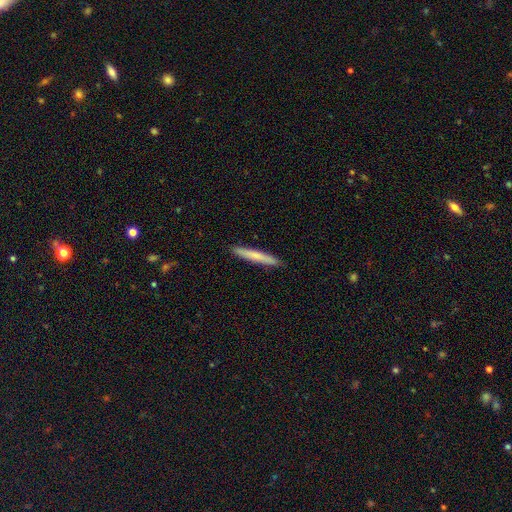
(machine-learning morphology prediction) smooth-or-featured: smooth: 71% | featured or disk: 24% | star or artifact: 5%
  how-rounded: cigar-shaped: 96% | in between: 3% | round: 1%
  merging: none: 92% | minor disturbance: 6% | major disturbance: 1% | merger: 1%